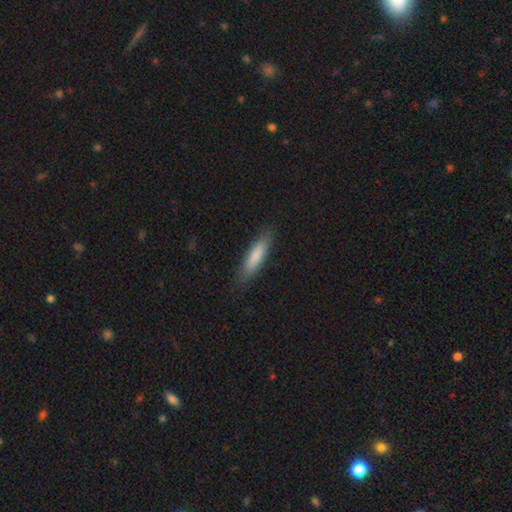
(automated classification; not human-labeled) smooth_or_featured: smooth (p=0.83) [alt: featured or disk p=0.12]
how_rounded: cigar-shaped (p=0.71) [alt: in between p=0.28]
merging: none (p=0.85) [alt: minor disturbance p=0.11]